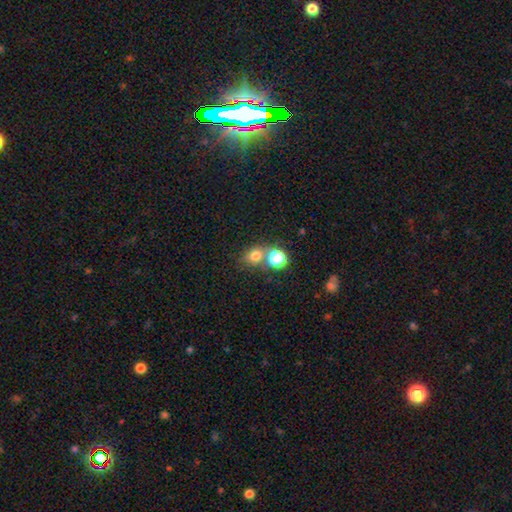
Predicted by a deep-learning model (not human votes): A smooth galaxy with no disk features (70%) that is round (64%).

Vote fractions:
- Smooth or featured? smooth: 70% / star or artifact: 20% / featured or disk: 10%
- How rounded? round: 64% / in between: 34% / cigar-shaped: 1%
- Merging? none: 57% / merger: 28% / minor disturbance: 10% / major disturbance: 5%